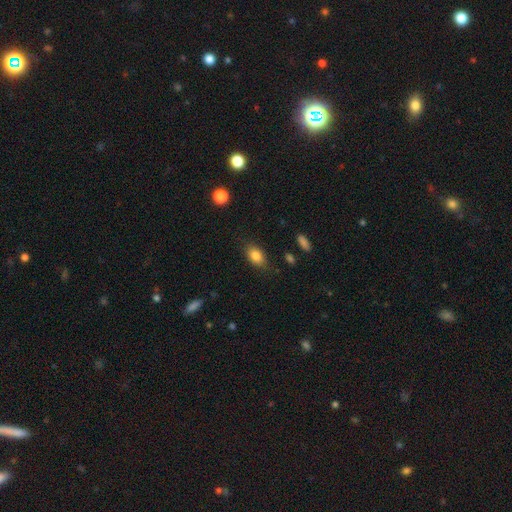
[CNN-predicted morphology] Smooth or featured? smooth (83%)
How rounded? in between (84%)
Merging? none (79%)